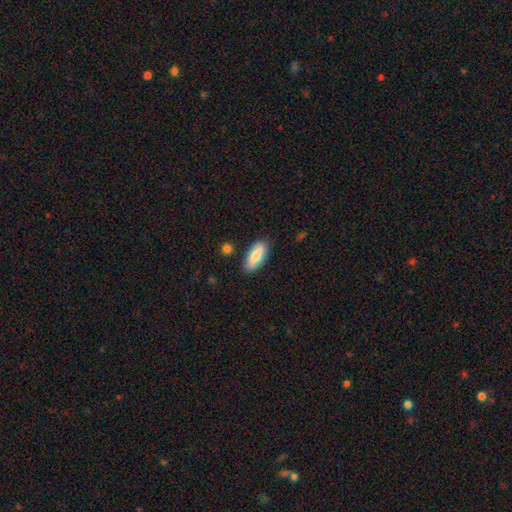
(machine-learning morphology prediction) Smooth or featured? Predicted: smooth (p=0.73). How rounded? Predicted: in between (p=0.81). Merging? Predicted: none (p=0.82).